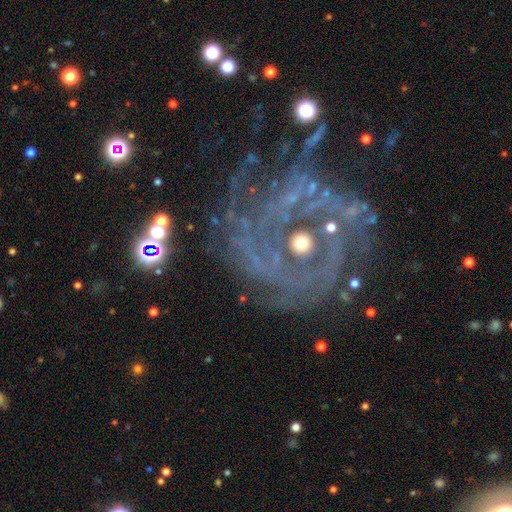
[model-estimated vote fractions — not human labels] Smooth or featured: featured or disk — 80% (star or artifact — 13%)
Edge-on disk: no — 97% (yes — 3%)
Bar: no — 70% (weak — 21%)
Spiral arms: yes — 84% (no — 16%)
Spiral winding: tight — 62% (medium — 27%)
Spiral arm count: can't tell — 37% (2 — 19%)
Bulge size: moderate — 43% (small — 38%)
Merging: none — 56% (major disturbance — 21%)